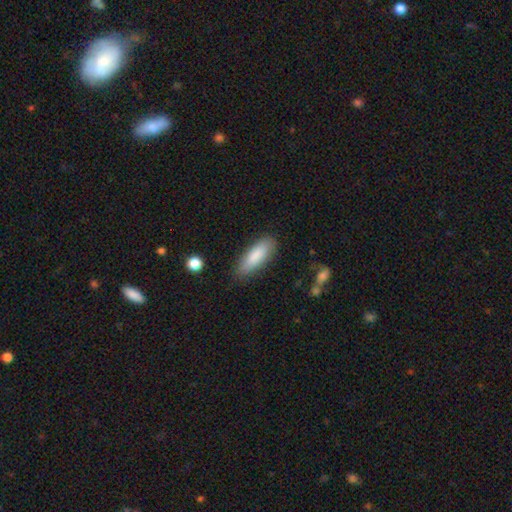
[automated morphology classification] A smooth galaxy with no disk features (84%) that is in between round and cigar-shaped (55%). Merging: none (84%).